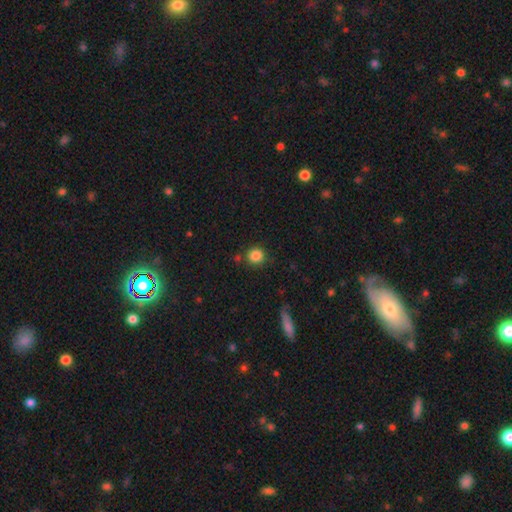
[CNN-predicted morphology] smooth-or-featured: smooth: 85% | star or artifact: 11% | featured or disk: 4%
  how-rounded: round: 90% | in between: 9% | cigar-shaped: 1%
  merging: none: 81% | minor disturbance: 10% | merger: 6% | major disturbance: 3%